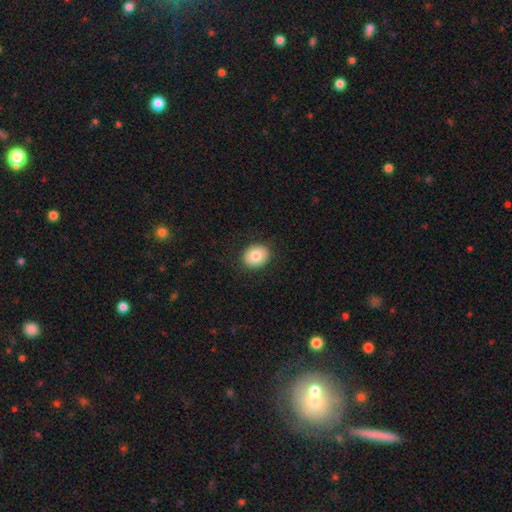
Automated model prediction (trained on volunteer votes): Smooth or featured: smooth — 83% (featured or disk — 9%)
How rounded: round — 61% (in between — 39%)
Merging: none — 90% (minor disturbance — 7%)